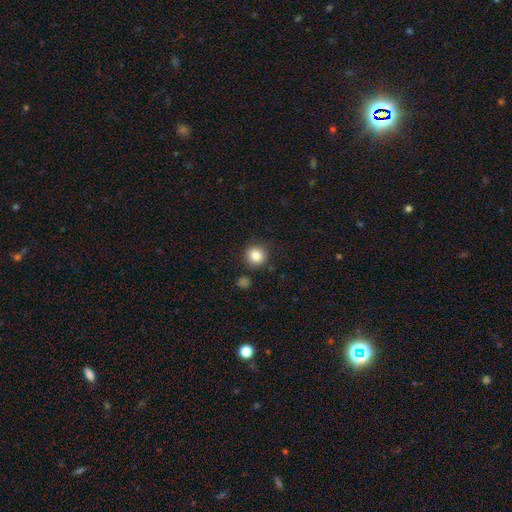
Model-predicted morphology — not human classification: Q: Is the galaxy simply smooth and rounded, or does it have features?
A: smooth — 86%.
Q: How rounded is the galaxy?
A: round — 91%.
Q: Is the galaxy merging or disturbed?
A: none — 85%.